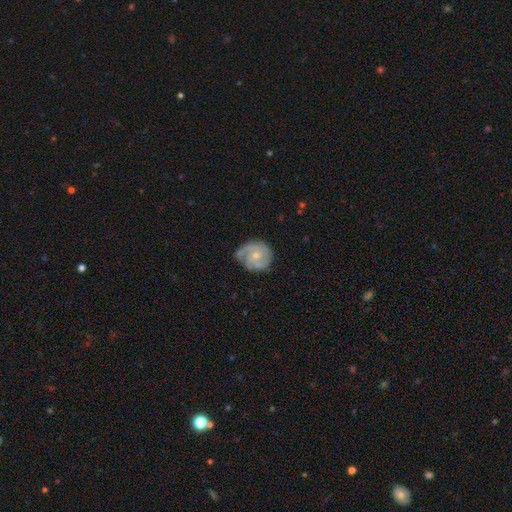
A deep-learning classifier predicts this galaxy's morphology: A featured or disk galaxy (77%) with no bar (74%), 2 (34%) tight (59%) spiral arms (92%) and a small central bulge (54%). Merging: none (64%).